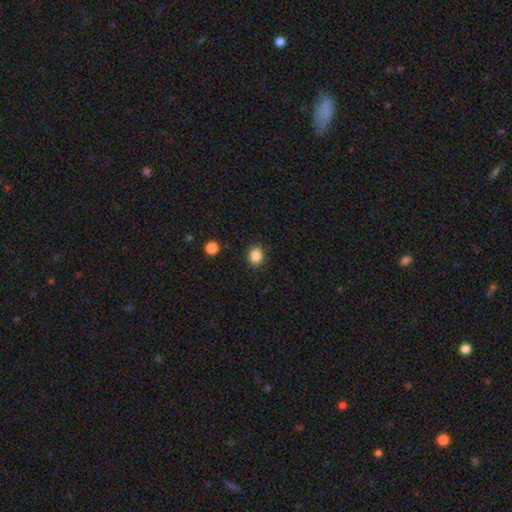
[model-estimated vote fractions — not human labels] Smooth or featured: smooth — 87% (star or artifact — 10%)
How rounded: round — 56% (in between — 43%)
Merging: none — 85% (minor disturbance — 10%)